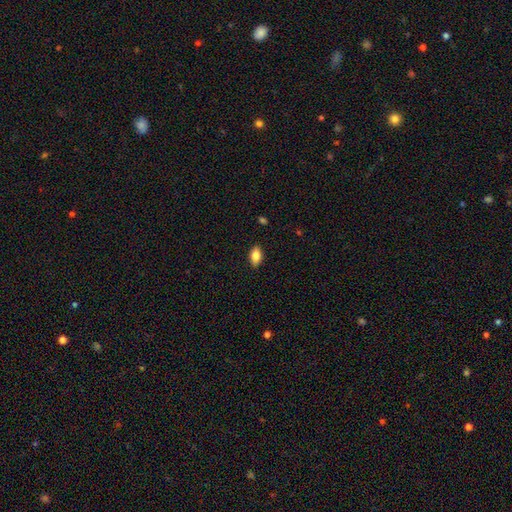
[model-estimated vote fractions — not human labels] This appears to be a smooth galaxy with no disk features (83%) that is in between round and cigar-shaped (91%). Merging: none (88%).